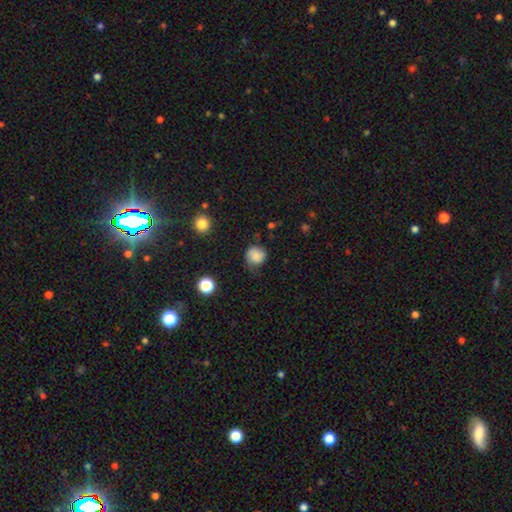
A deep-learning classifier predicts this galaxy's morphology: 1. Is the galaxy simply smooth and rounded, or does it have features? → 77% smooth, 13% featured or disk, 10% star or artifact.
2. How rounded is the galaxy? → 85% round, 14% in between, 1% cigar-shaped.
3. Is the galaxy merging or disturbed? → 56% none, 31% minor disturbance, 11% major disturbance, 2% merger.